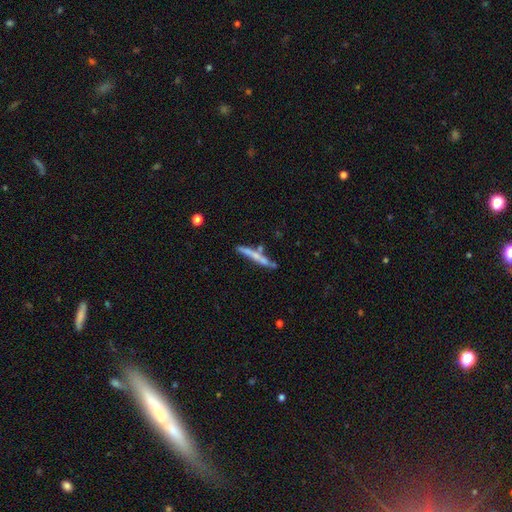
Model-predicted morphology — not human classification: Smooth or featured: featured or disk — 48% (smooth — 45%)
Merging: none — 68% (minor disturbance — 16%)